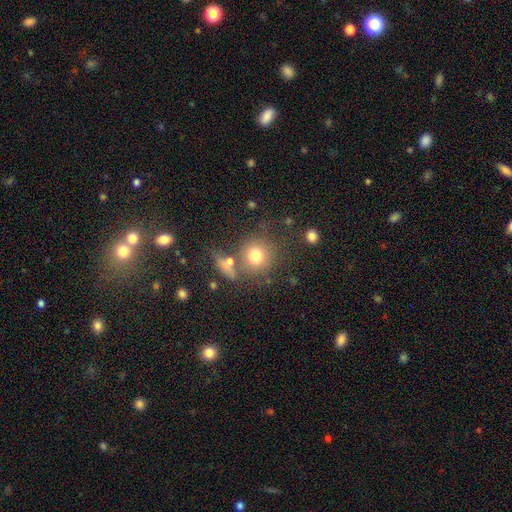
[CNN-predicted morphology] Q: Smooth or featured?
A: smooth (75%); runner-up: featured or disk (13%)
Q: How rounded?
A: round (88%); runner-up: in between (11%)
Q: Merging?
A: none (66%); runner-up: merger (16%)